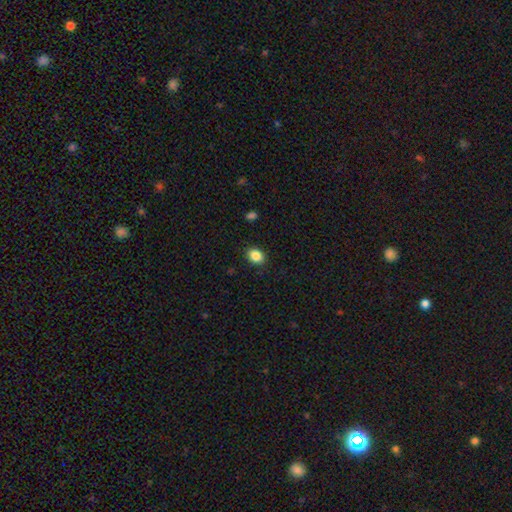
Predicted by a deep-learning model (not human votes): Smooth or featured: smooth — 87% (star or artifact — 9%)
How rounded: in between — 63% (round — 36%)
Merging: none — 88% (minor disturbance — 8%)